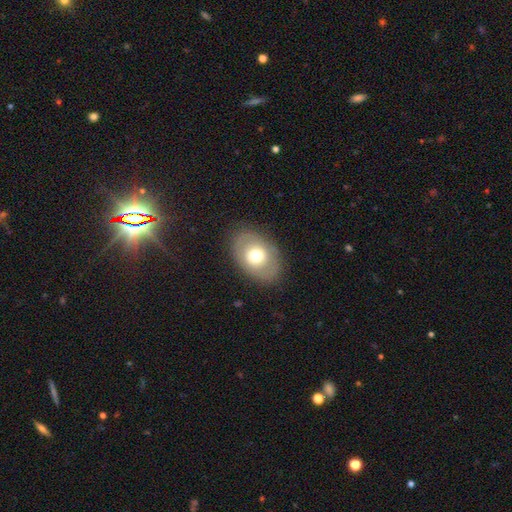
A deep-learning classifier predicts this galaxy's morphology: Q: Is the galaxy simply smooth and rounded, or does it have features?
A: smooth — 60%.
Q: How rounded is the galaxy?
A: in between — 76%.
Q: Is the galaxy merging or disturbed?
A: none — 83%.